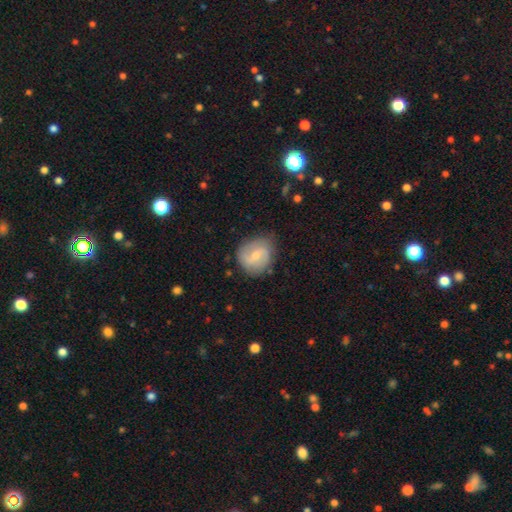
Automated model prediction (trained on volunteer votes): A featured or disk galaxy (66%) with a weak bar (57%), 2 (83%) medium (48%) spiral arms (90%) and a small central bulge (56%). Merging: none (73%).